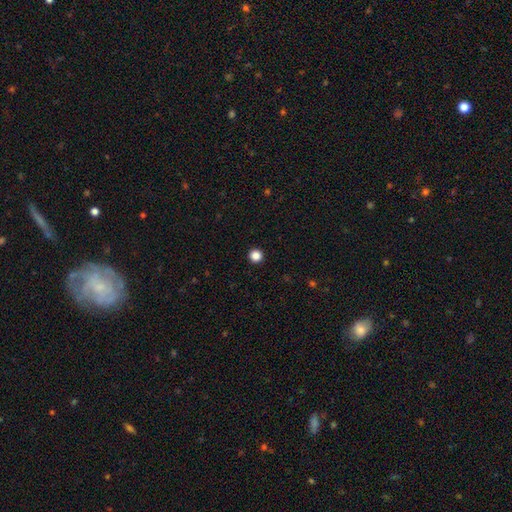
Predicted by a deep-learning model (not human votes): The model was most divided on "smooth or featured": smooth: 86%, star or artifact: 11%, featured or disk: 3%. More confident: how rounded — round (96%); merging — none (94%).